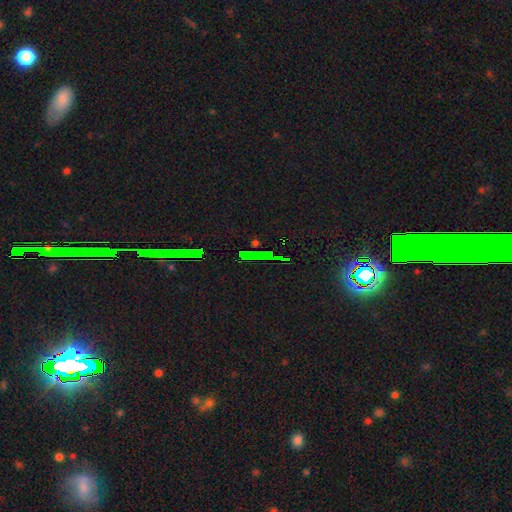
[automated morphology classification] smooth-or-featured: star or artifact: 76% | smooth: 14% | featured or disk: 10%